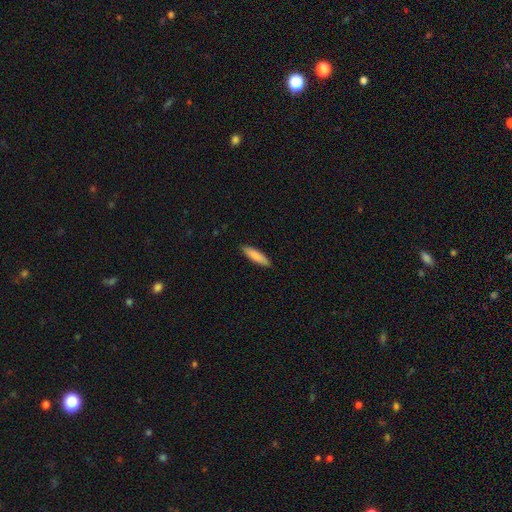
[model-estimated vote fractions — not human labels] Smooth or featured? Predicted: smooth (p=0.86). How rounded? Predicted: cigar-shaped (p=0.73). Merging? Predicted: none (p=0.90).